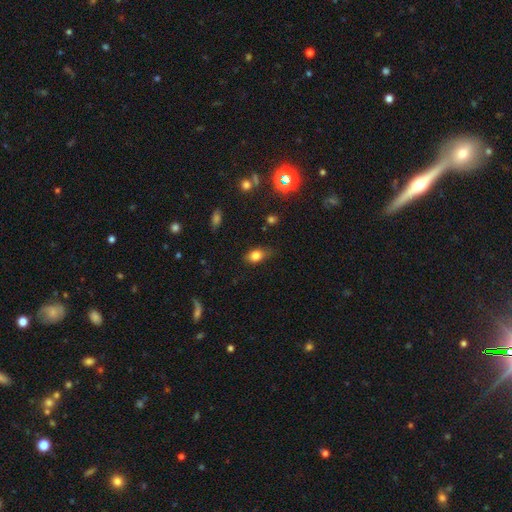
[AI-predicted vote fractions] smooth_or_featured: smooth (p=0.80) [alt: star or artifact p=0.11]
how_rounded: in between (p=0.79) [alt: round p=0.18]
merging: none (p=0.68) [alt: minor disturbance p=0.25]